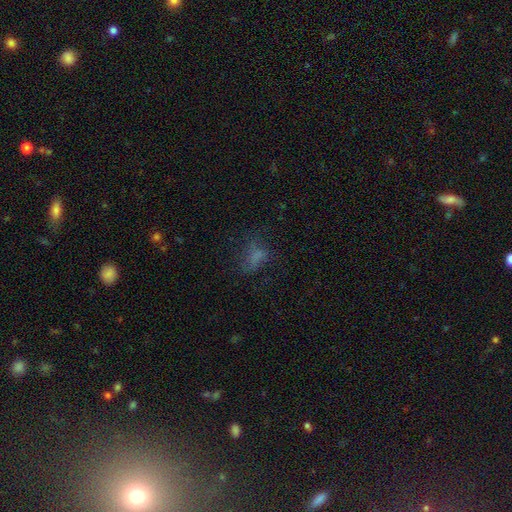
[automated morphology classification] Smooth or featured: smooth — 59% (star or artifact — 21%)
How rounded: in between — 77% (round — 18%)
Merging: none — 47% (major disturbance — 27%)